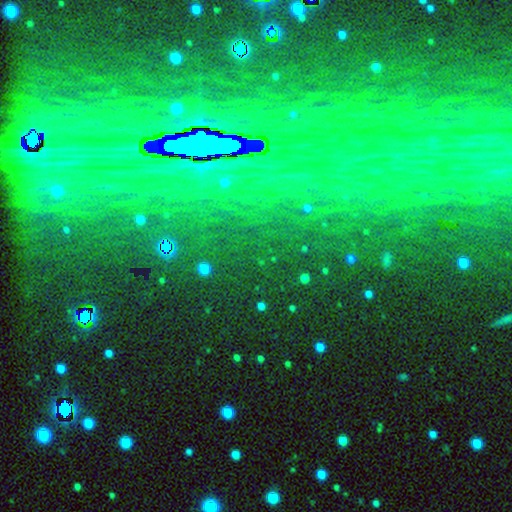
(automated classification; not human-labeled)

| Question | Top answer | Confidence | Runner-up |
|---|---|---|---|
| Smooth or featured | star or artifact | 81% | featured or disk (10%) |